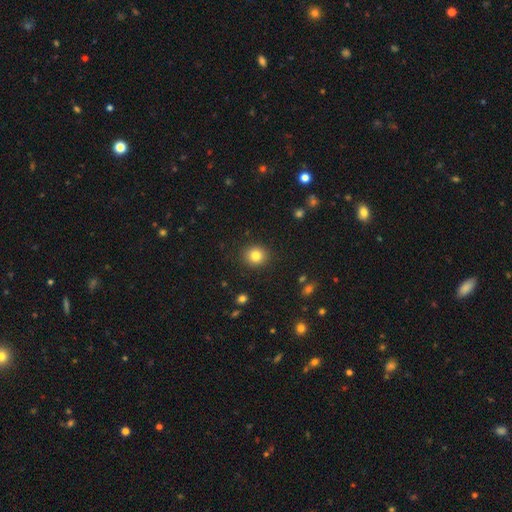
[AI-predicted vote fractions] This appears to be a smooth galaxy with no disk features (83%) that is round (84%). Merging: none (90%).